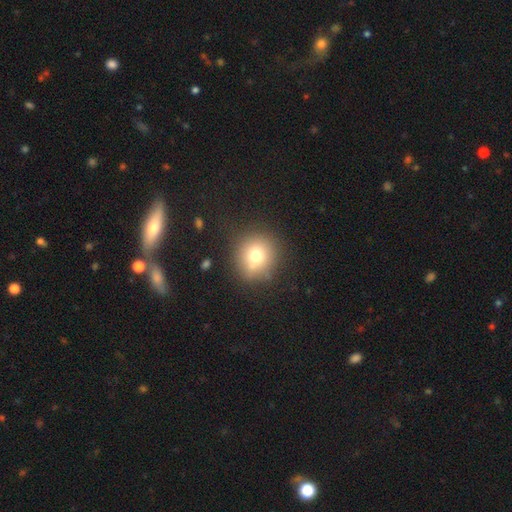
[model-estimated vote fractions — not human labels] Smooth or featured? smooth (71%)
How rounded? round (89%)
Merging? none (77%)